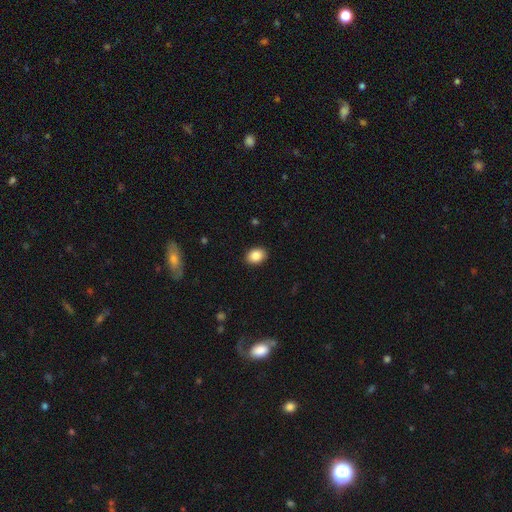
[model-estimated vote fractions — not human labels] smooth 87%, star or artifact 8%, featured or disk 5%. Down the decision tree: how rounded — in between (70%); merging — none (90%).